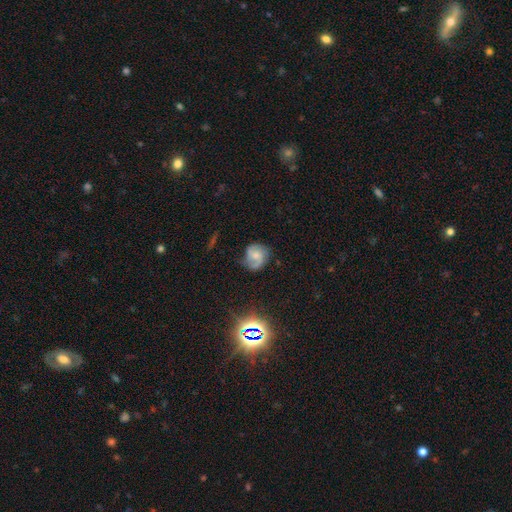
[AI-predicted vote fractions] Smooth or featured? Predicted: featured or disk (p=0.73). Edge-on disk? Predicted: no (p=0.98). Bar? Predicted: no (p=0.54). Spiral arms? Predicted: yes (p=0.95). Spiral winding? Predicted: medium (p=0.49). Spiral arm count? Predicted: 2 (p=0.83). Bulge size? Predicted: small (p=0.41). Merging? Predicted: none (p=0.71).